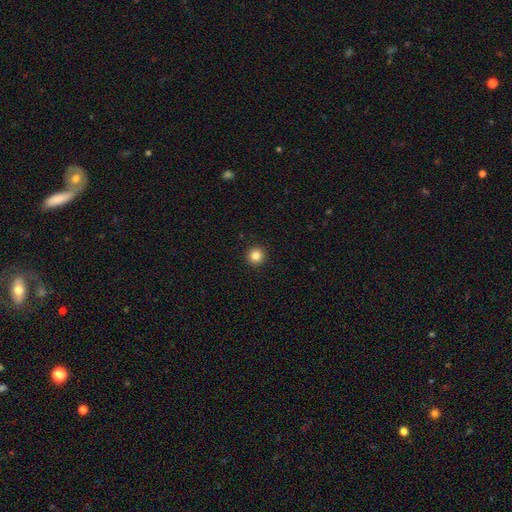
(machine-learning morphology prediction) Smooth or featured?
  - smooth: 85% *
  - star or artifact: 11%
  - featured or disk: 4%
How rounded?
  - round: 95% *
  - in between: 4%
  - cigar-shaped: 1%
Merging?
  - none: 93% *
  - minor disturbance: 4%
  - major disturbance: 2%
  - merger: 1%